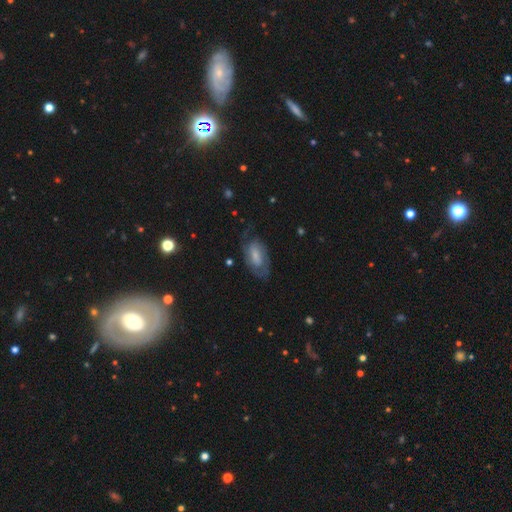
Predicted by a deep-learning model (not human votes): Overall: featured or disk (56%; smooth 37%). Edge-on disk: no (94%). Bar: no (43%, tied with weak). Spiral arms: yes (82%). Bulge size: small (38%; moderate 28%). Merging: none (58%; minor disturbance 23%).